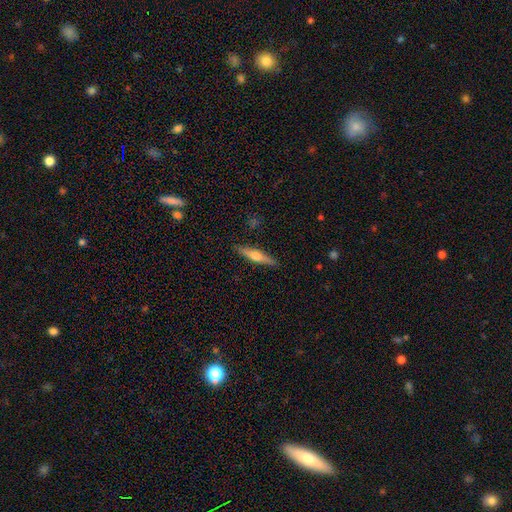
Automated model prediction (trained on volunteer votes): featured or disk 54%, smooth 41%, star or artifact 6%. Down the decision tree: edge-on disk — yes (95%); edge-on bulge — rounded (91%); merging — none (90%).